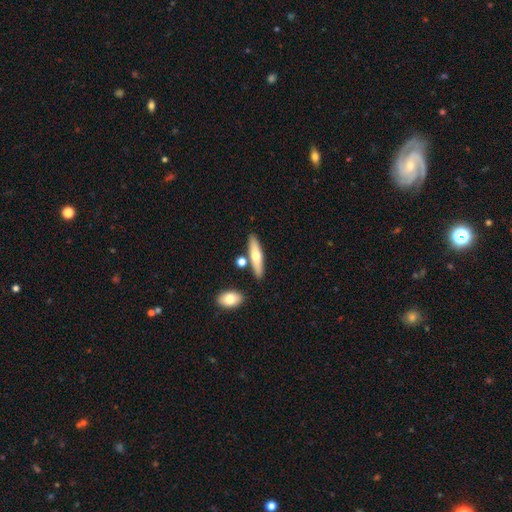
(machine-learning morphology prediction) smooth-or-featured: smooth: 59% | featured or disk: 35% | star or artifact: 6%
  how-rounded: cigar-shaped: 72% | in between: 25% | round: 3%
  merging: none: 79% | minor disturbance: 10% | merger: 8% | major disturbance: 2%